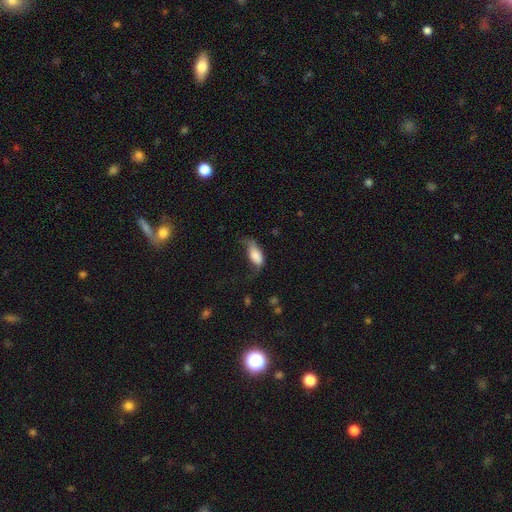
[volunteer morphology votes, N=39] Q: Smooth or featured?
A: smooth (82%); runner-up: featured or disk (13%)
Q: How rounded?
A: in between (91%); runner-up: cigar-shaped (6%)
Q: Merging?
A: major disturbance (49%); runner-up: none (27%)